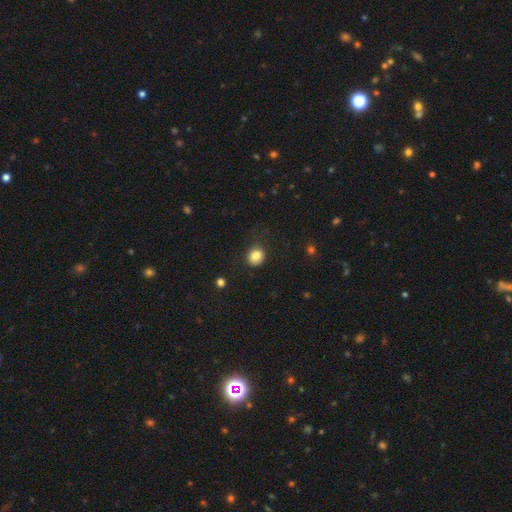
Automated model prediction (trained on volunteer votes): The model was most divided on "how rounded": round: 68%, in between: 31%, cigar-shaped: 1%. More confident: smooth or featured — smooth (85%); merging — none (73%).